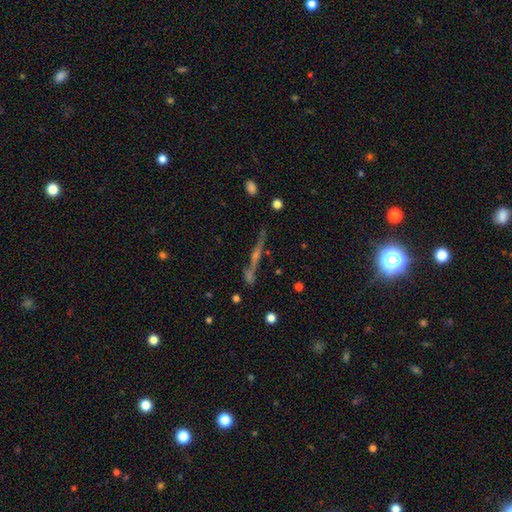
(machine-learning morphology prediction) featured or disk 70%, smooth 16%, star or artifact 14%. Down the decision tree: edge-on disk — yes (94%); edge-on bulge — rounded (68%); merging — none (76%).